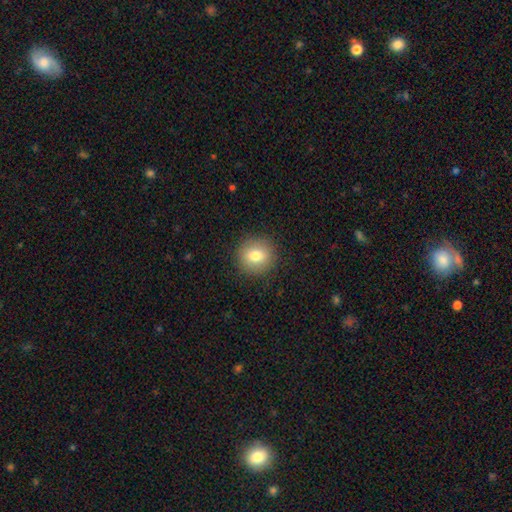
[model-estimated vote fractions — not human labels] A smooth galaxy with no disk features (79%) that is round (90%).

Vote fractions:
- Smooth or featured? smooth: 79% / featured or disk: 12% / star or artifact: 9%
- How rounded? round: 90% / in between: 9% / cigar-shaped: 1%
- Merging? none: 90% / minor disturbance: 7% / major disturbance: 2% / merger: 1%